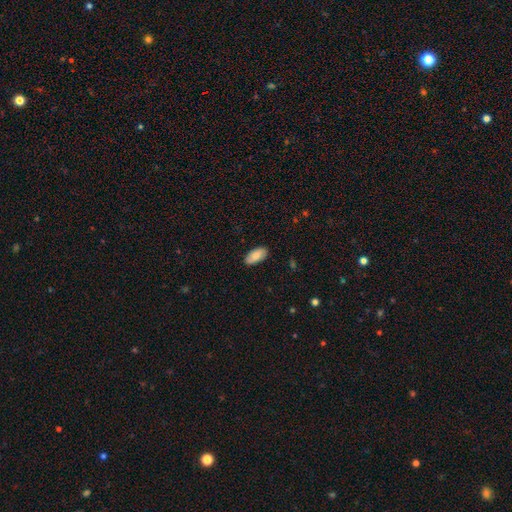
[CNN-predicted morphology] Overall: smooth (86%). How rounded: in between (92%). Merging: none (88%).